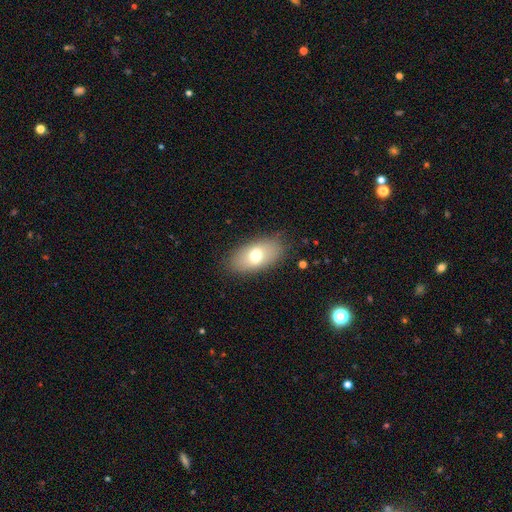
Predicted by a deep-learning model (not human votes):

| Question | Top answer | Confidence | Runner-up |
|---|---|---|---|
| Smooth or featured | smooth | 69% | featured or disk (23%) |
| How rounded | in between | 90% | round (6%) |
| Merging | none | 84% | minor disturbance (11%) |